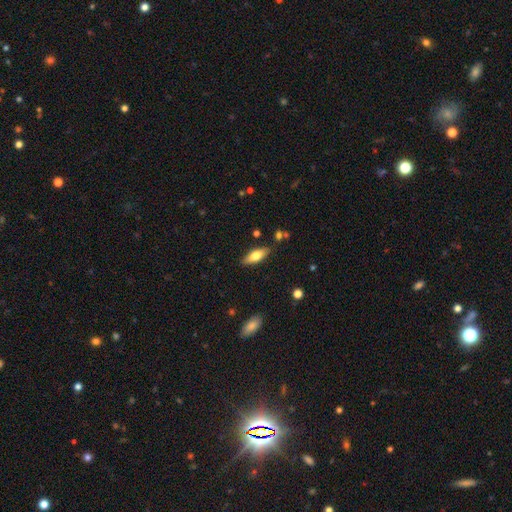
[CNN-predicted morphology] Smooth or featured: smooth — 59% (featured or disk — 35%)
How rounded: in between — 66% (cigar-shaped — 32%)
Merging: none — 84% (minor disturbance — 11%)